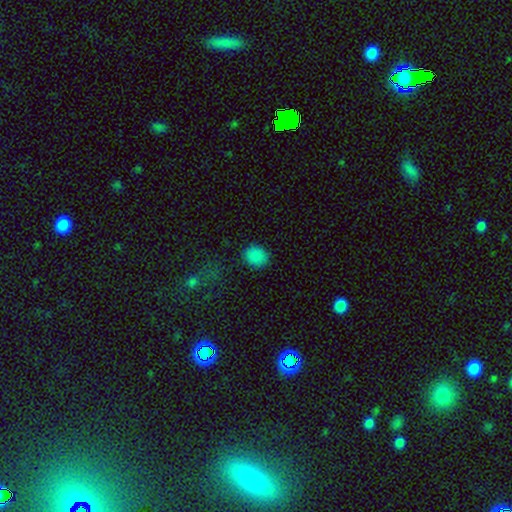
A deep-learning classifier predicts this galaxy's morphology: type=smooth (86%); roundness=round (75%); merging=none (86%).